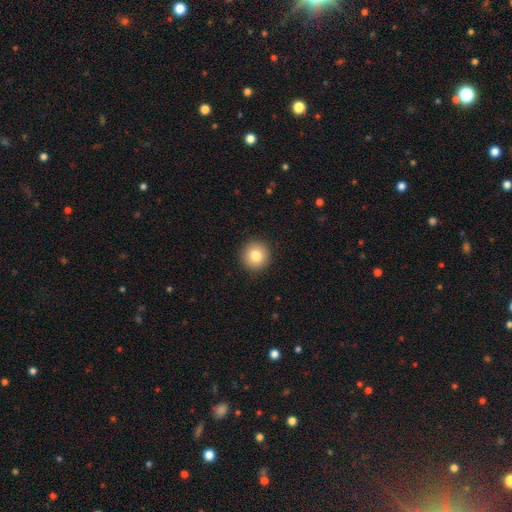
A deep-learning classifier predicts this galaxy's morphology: This appears to be a smooth galaxy with no disk features (82%) that is round (94%). Merging: none (92%).